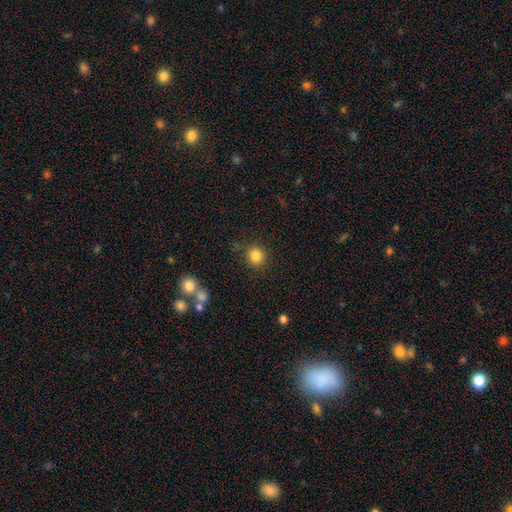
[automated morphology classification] The model was most divided on "smooth or featured": smooth: 84%, star or artifact: 11%, featured or disk: 5%. More confident: how rounded — round (91%); merging — none (87%).